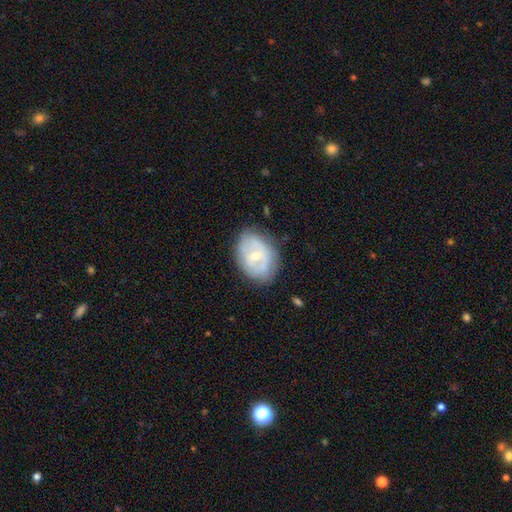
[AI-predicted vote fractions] Smooth or featured: featured or disk — 59% (smooth — 34%)
Edge-on disk: no — 95% (yes — 5%)
Bar: no — 53% (weak — 37%)
Spiral arms: yes — 54% (no — 46%)
Bulge size: small — 55% (moderate — 41%)
Merging: none — 74% (minor disturbance — 19%)